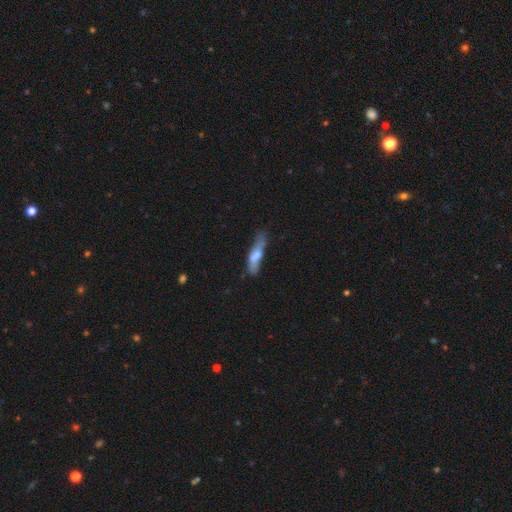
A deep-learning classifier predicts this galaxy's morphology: A smooth galaxy with no disk features (60%) that is cigar-shaped (72%).

Vote fractions:
- Smooth or featured? smooth: 60% / featured or disk: 33% / star or artifact: 7%
- How rounded? cigar-shaped: 72% / in between: 26% / round: 2%
- Merging? none: 49% / minor disturbance: 29% / major disturbance: 15% / merger: 6%